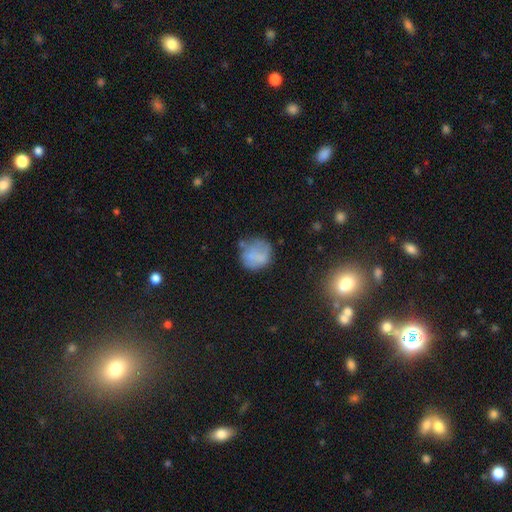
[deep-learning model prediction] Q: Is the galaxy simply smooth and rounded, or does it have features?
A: smooth — 70%.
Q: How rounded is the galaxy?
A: round — 84%.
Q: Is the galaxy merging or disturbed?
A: none — 56%.